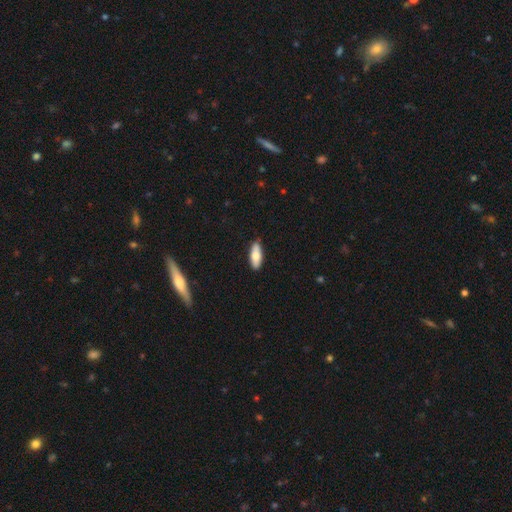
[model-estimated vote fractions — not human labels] Smooth or featured? Predicted: smooth (p=0.74). How rounded? Predicted: in between (p=0.71). Merging? Predicted: none (p=0.86).